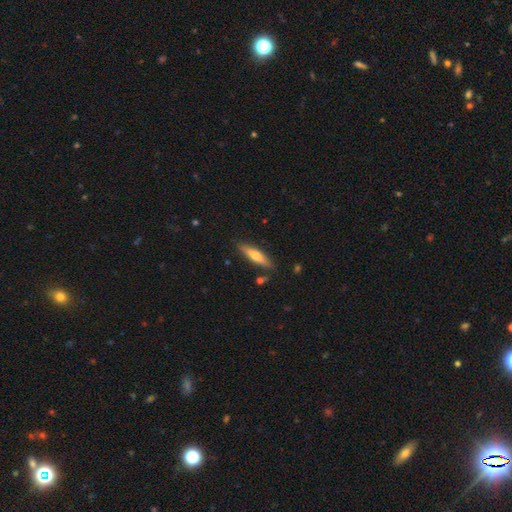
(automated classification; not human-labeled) Overall: smooth (54%; featured or disk 40%). How rounded: cigar-shaped (75%). Merging: none (85%).